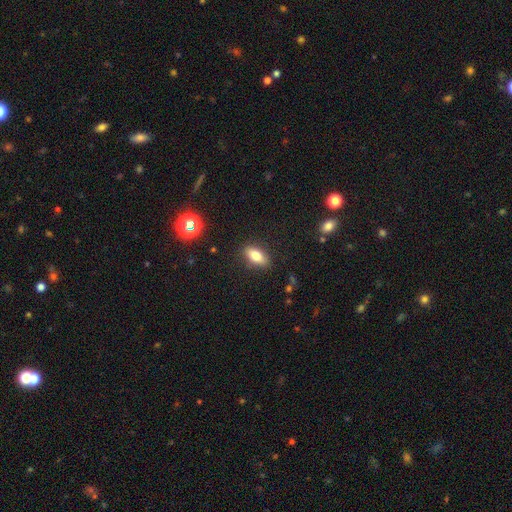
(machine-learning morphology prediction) The model was most divided on "smooth or featured": smooth: 78%, featured or disk: 13%, star or artifact: 9%. More confident: merging — none (86%); how rounded — in between (82%).